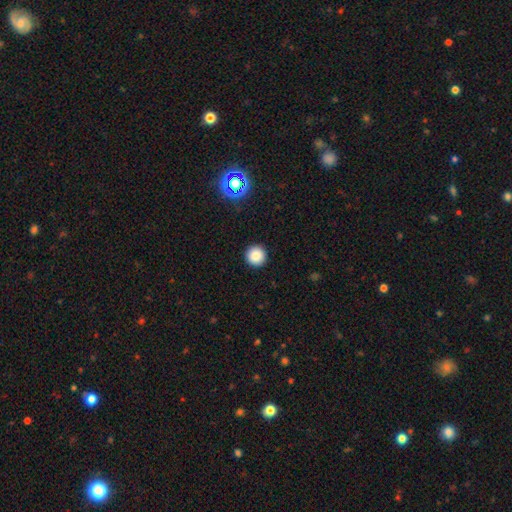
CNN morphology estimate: Smooth or featured: smooth — 85% (star or artifact — 11%)
How rounded: round — 97% (in between — 3%)
Merging: none — 93% (minor disturbance — 4%)